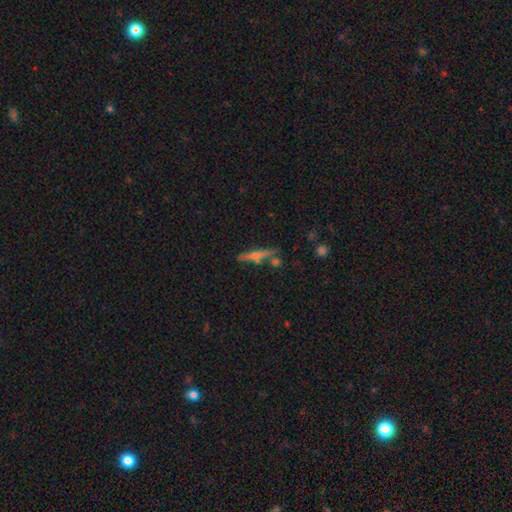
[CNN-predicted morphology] This is possibly a smooth galaxy (49%). Merging: likely none (70%).